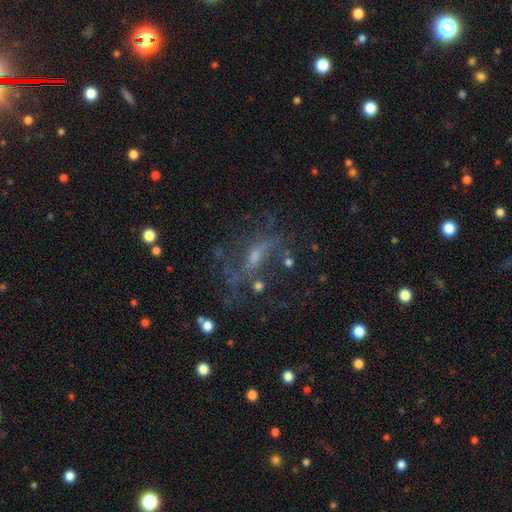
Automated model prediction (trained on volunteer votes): A featured or disk galaxy (63%) with no bar (46%), spiral arms (54%) and a small central bulge (52%).

Vote fractions:
- Smooth or featured? featured or disk: 63% / star or artifact: 20% / smooth: 17%
- Edge-on disk? no: 82% / yes: 18%
- Bar? no: 46% / weak: 36% / strong: 18%
- Spiral arms? yes: 54% / no: 46%
- Bulge size? small: 52% / moderate: 32% / none: 11% / large: 3% / dominant: 2%
- Merging? none: 51% / major disturbance: 26% / minor disturbance: 18% / merger: 6%